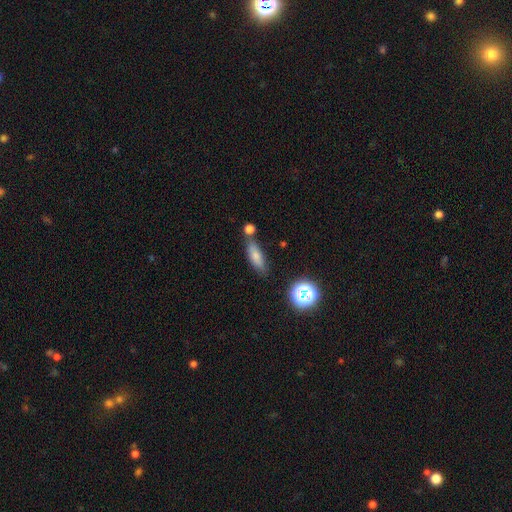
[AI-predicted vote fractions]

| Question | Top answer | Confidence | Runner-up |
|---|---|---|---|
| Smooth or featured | smooth | 73% | featured or disk (15%) |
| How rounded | in between | 57% | cigar-shaped (38%) |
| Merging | none | 63% | minor disturbance (16%) |